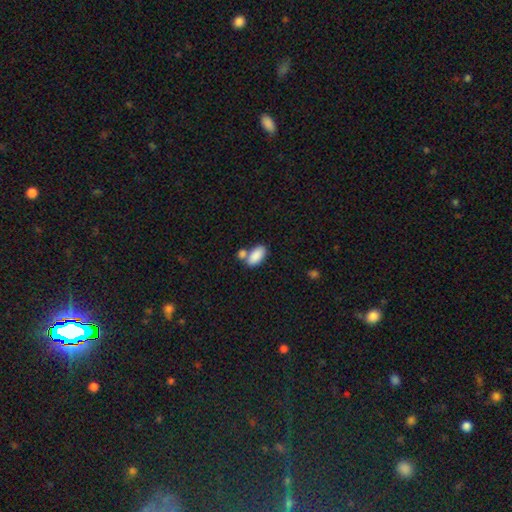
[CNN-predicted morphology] This is clearly a smooth galaxy (87%). How rounded: clearly in between (94%). Merging: possibly none (48%).